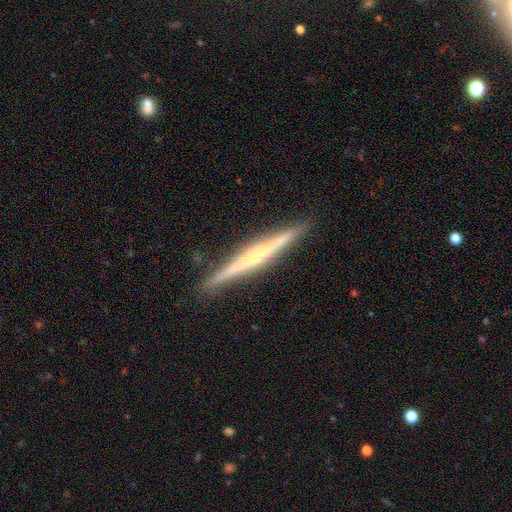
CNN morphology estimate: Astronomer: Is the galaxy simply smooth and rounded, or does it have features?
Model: featured or disk — 75%.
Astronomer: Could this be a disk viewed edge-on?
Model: yes — 98%.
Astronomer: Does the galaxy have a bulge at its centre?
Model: rounded — 50% (runner-up: none, 38%).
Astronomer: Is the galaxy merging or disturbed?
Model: none — 91%.